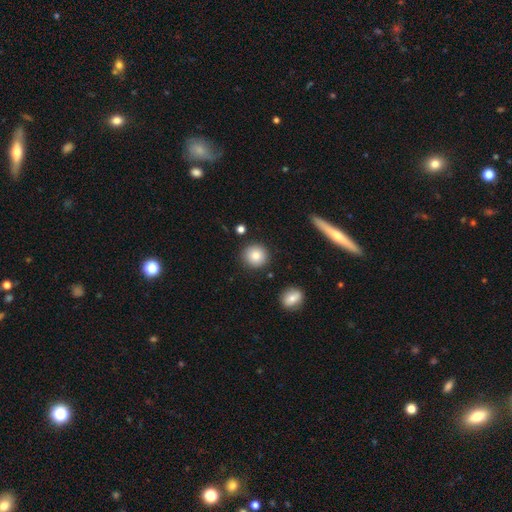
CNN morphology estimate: type=smooth (85%); roundness=round (92%); merging=none (88%).